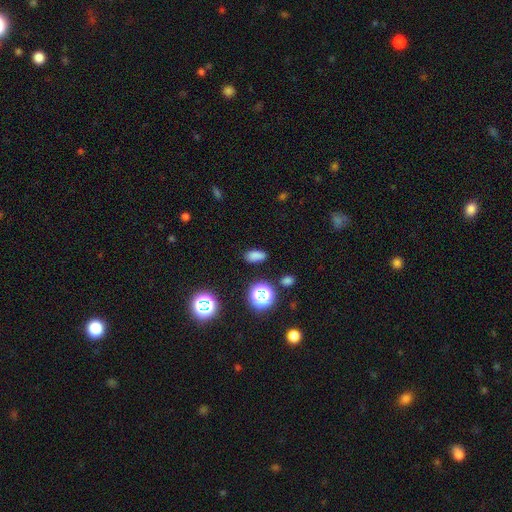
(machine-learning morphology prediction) Smooth or featured? smooth (75%)
How rounded? in between (84%)
Merging? none (82%)